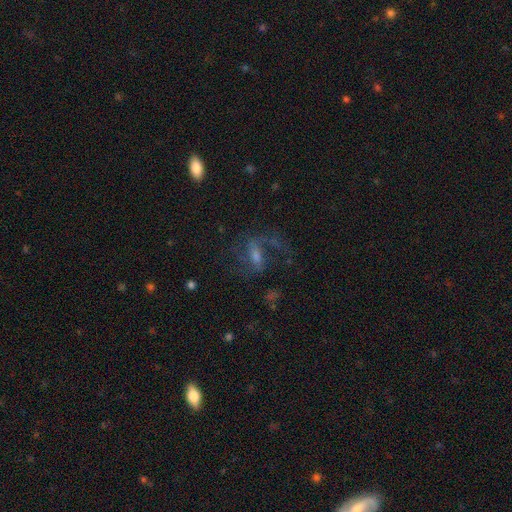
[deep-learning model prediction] Q: Smooth or featured?
A: featured or disk (70%); runner-up: smooth (16%)
Q: Edge-on disk?
A: no (93%); runner-up: yes (7%)
Q: Bar?
A: weak (48%); runner-up: no (26%)
Q: Spiral arms?
A: yes (86%); runner-up: no (14%)
Q: Spiral winding?
A: loose (54%); runner-up: medium (37%)
Q: Spiral arm count?
A: 2 (68%); runner-up: 1 (15%)
Q: Bulge size?
A: moderate (42%); runner-up: small (39%)
Q: Merging?
A: none (56%); runner-up: major disturbance (26%)